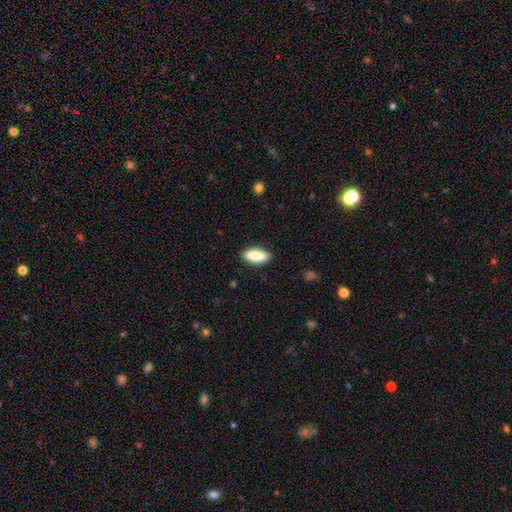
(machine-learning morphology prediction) Smooth or featured?
  - smooth: 88% *
  - star or artifact: 6%
  - featured or disk: 6%
How rounded?
  - in between: 80% *
  - cigar-shaped: 18%
  - round: 2%
Merging?
  - none: 87% *
  - minor disturbance: 9%
  - major disturbance: 2%
  - merger: 1%